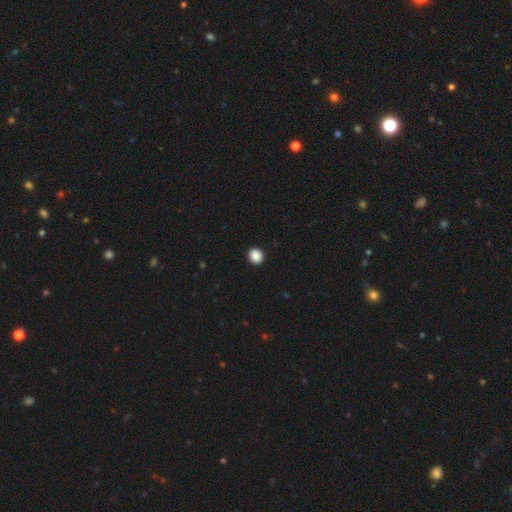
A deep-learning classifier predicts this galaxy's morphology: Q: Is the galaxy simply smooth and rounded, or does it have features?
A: smooth — 89%.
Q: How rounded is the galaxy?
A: round — 74%.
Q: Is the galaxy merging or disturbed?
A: none — 93%.